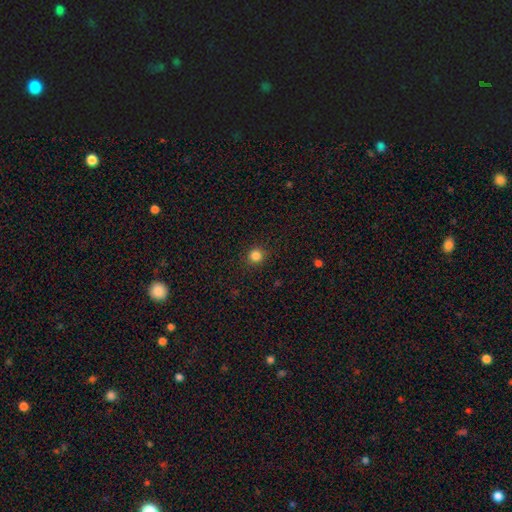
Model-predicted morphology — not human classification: This is clearly a smooth galaxy (84%). How rounded: clearly round (93%). Merging: clearly none (91%).